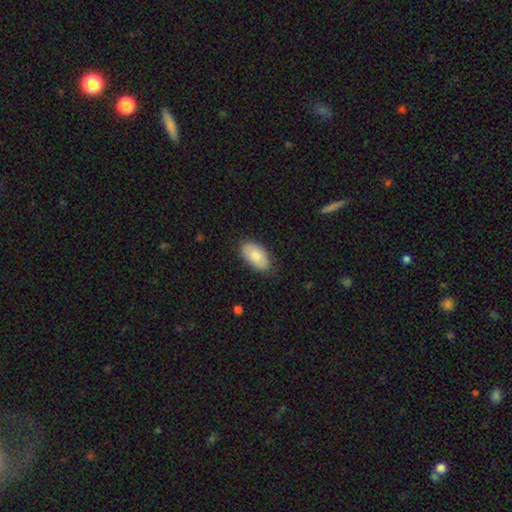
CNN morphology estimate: Smooth or featured: smooth — 78% (featured or disk — 16%)
How rounded: in between — 94% (round — 4%)
Merging: none — 82% (minor disturbance — 15%)